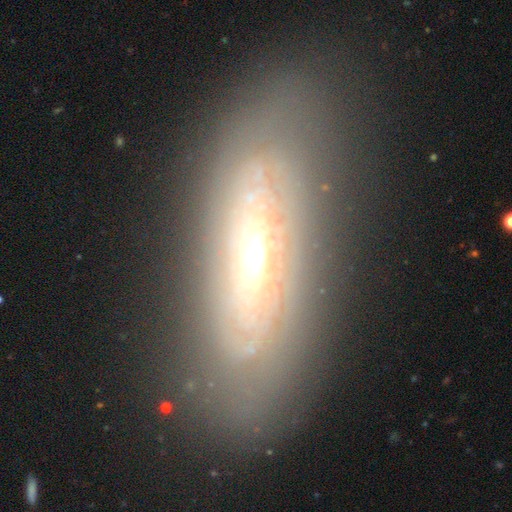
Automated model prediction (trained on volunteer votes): featured or disk 75%, smooth 17%, star or artifact 8%. Down the decision tree: edge-on disk — no (77%); bar — no (47%); spiral arms — yes (70%); bulge size — small (57%); merging — none (80%).